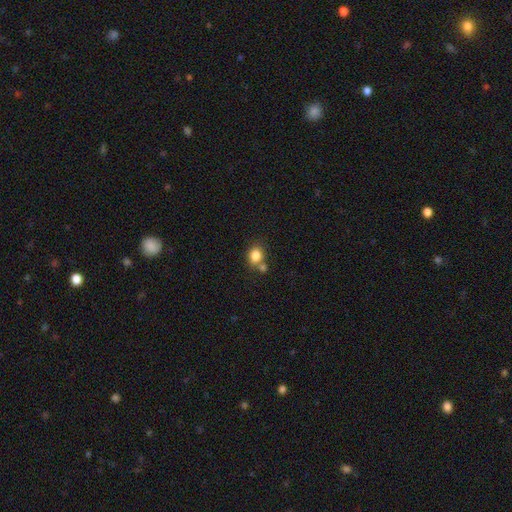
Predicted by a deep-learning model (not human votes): This appears to be a smooth galaxy with no disk features (83%) that is round (60%). Merging: none (56%).